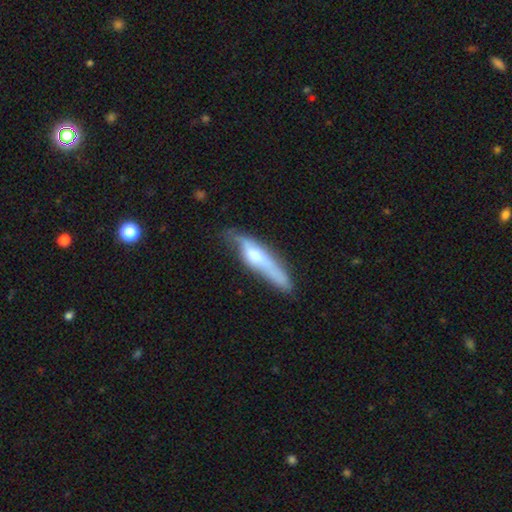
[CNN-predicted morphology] This appears to be a featured or disk galaxy (48%). Merging: none (50%).